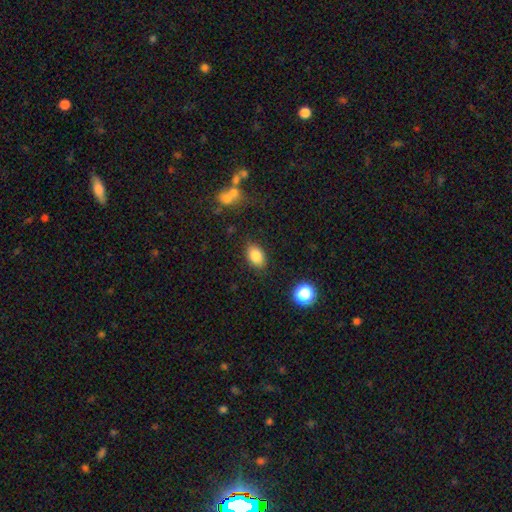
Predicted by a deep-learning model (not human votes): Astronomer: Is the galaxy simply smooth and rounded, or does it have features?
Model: smooth — 84%.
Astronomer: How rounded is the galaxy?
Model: in between — 85%.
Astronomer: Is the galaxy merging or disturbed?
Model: none — 84%.